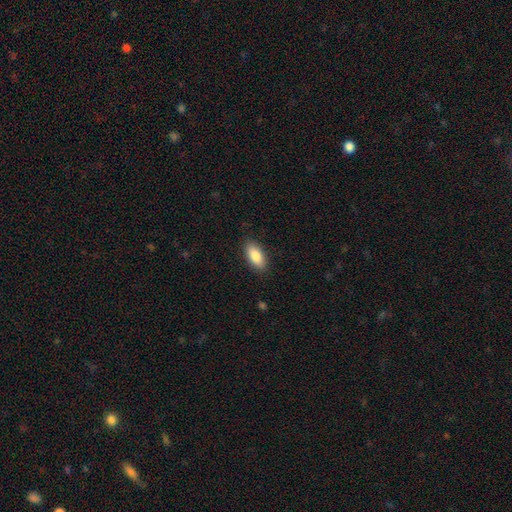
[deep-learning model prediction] This is clearly a smooth galaxy (85%). How rounded: clearly in between (87%). Merging: clearly none (87%).